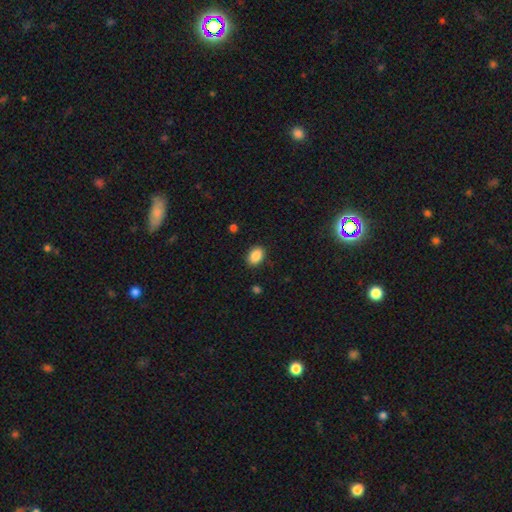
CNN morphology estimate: Overall: smooth (88%). How rounded: in between (80%). Merging: none (87%).